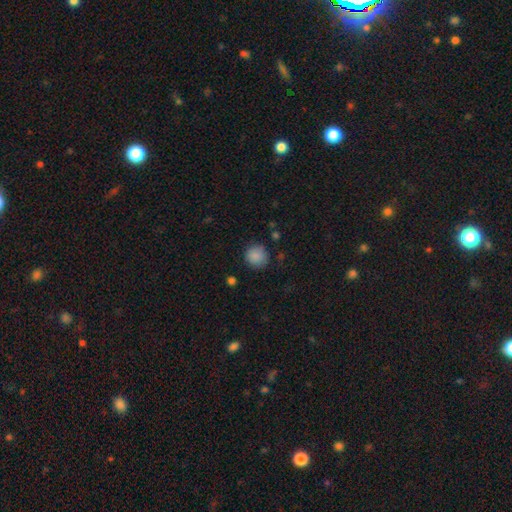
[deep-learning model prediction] The model was most divided on "merging": none: 82%, minor disturbance: 13%, major disturbance: 4%, merger: 2%. More confident: how rounded — round (90%); smooth or featured — smooth (87%).